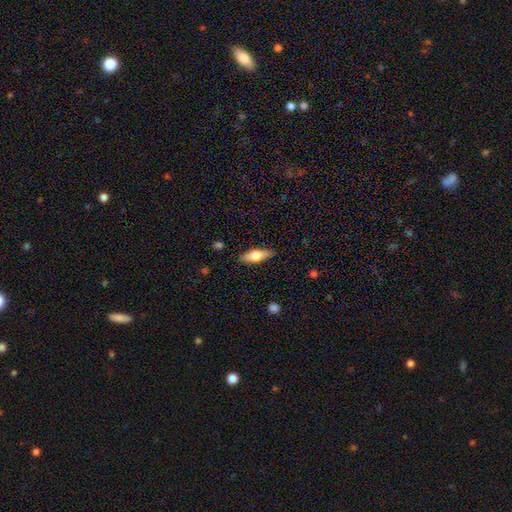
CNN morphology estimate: smooth_or_featured: smooth (p=0.62) [alt: featured or disk p=0.32]
how_rounded: in between (p=0.56) [alt: cigar-shaped p=0.41]
merging: none (p=0.86) [alt: minor disturbance p=0.11]